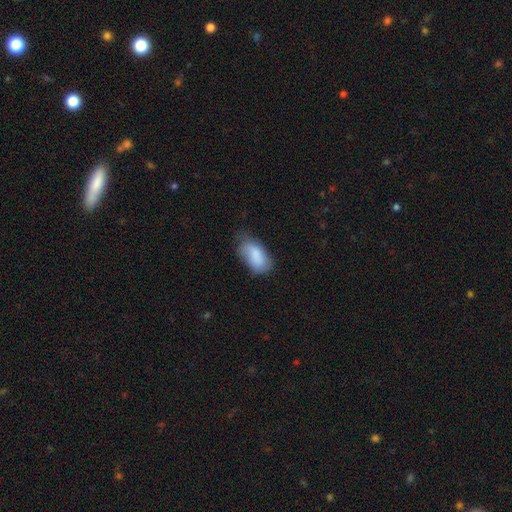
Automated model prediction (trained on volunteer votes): Smooth or featured? Predicted: smooth (p=0.82). How rounded? Predicted: in between (p=0.94). Merging? Predicted: none (p=0.47).